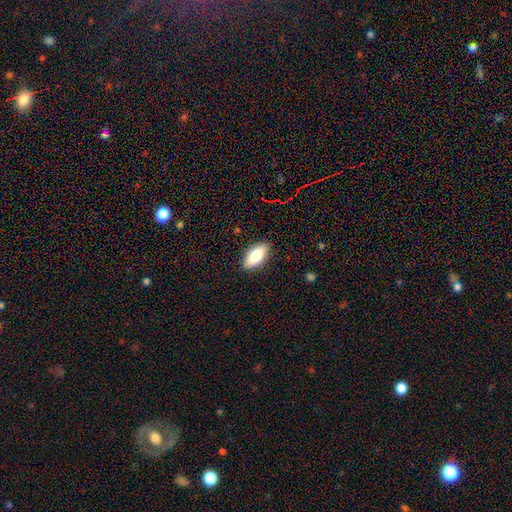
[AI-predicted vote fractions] smooth 76%, featured or disk 17%, star or artifact 7%. Down the decision tree: how rounded — in between (87%); merging — none (88%).